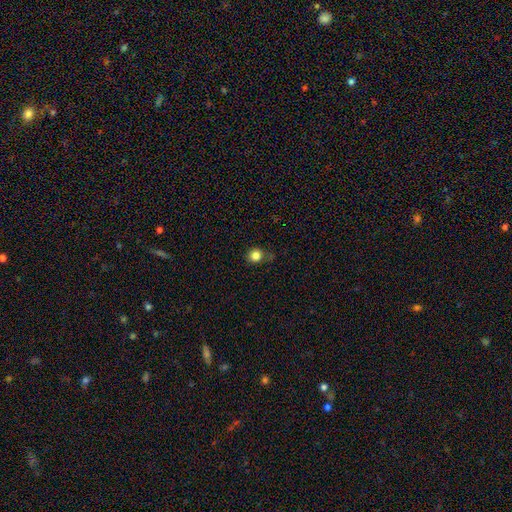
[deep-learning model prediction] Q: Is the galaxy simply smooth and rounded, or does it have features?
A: smooth — 82%.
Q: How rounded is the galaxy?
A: round — 84%.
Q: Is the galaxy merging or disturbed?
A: none — 71%.